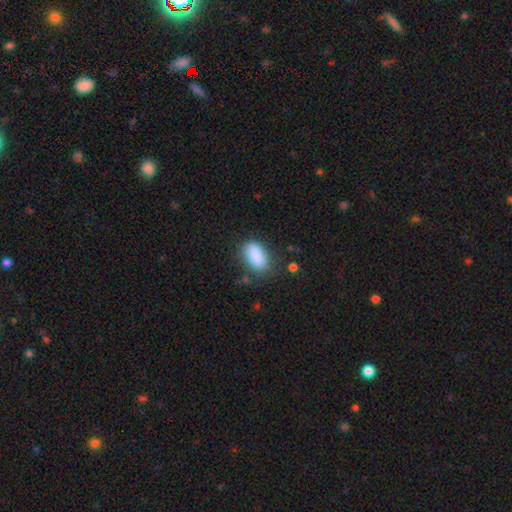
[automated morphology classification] smooth 87%, star or artifact 7%, featured or disk 5%. Down the decision tree: how rounded — in between (91%); merging — none (76%).